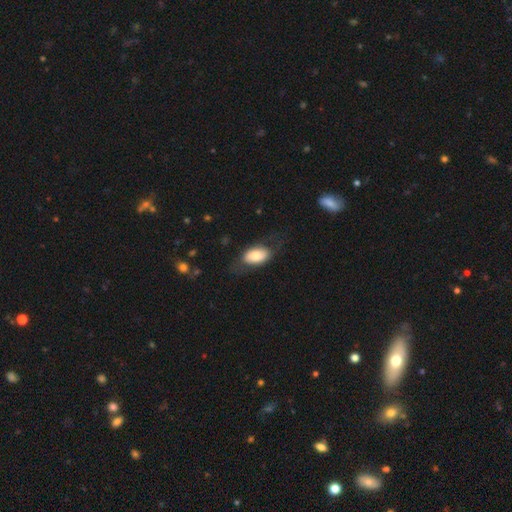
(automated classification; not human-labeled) smooth-or-featured: smooth: 70% | featured or disk: 24% | star or artifact: 6%
  how-rounded: in between: 92% | round: 5% | cigar-shaped: 3%
  merging: none: 68% | minor disturbance: 18% | major disturbance: 12% | merger: 1%